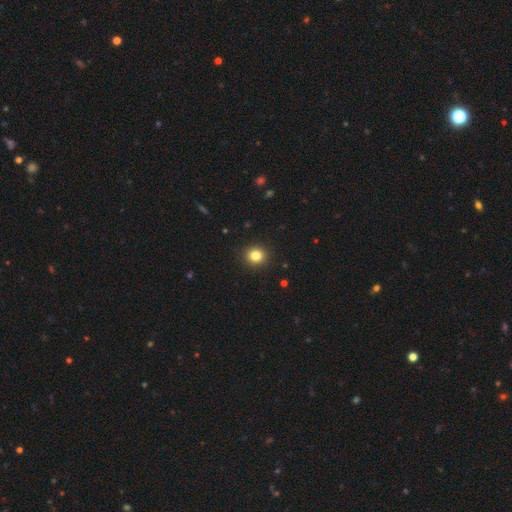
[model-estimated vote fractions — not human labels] A smooth galaxy with no disk features (83%) that is round (87%).

Vote fractions:
- Smooth or featured? smooth: 83% / star or artifact: 12% / featured or disk: 6%
- How rounded? round: 87% / in between: 12% / cigar-shaped: 1%
- Merging? none: 92% / minor disturbance: 5% / major disturbance: 2% / merger: 1%